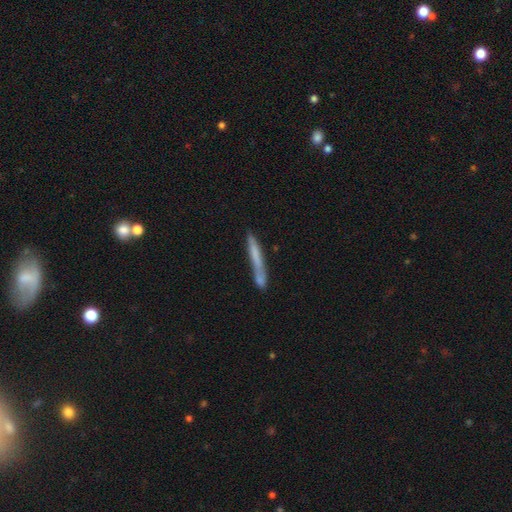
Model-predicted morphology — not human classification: The model was most divided on "smooth or featured": smooth: 62%, featured or disk: 31%, star or artifact: 7%. More confident: how rounded — cigar-shaped (95%); merging — none (61%).